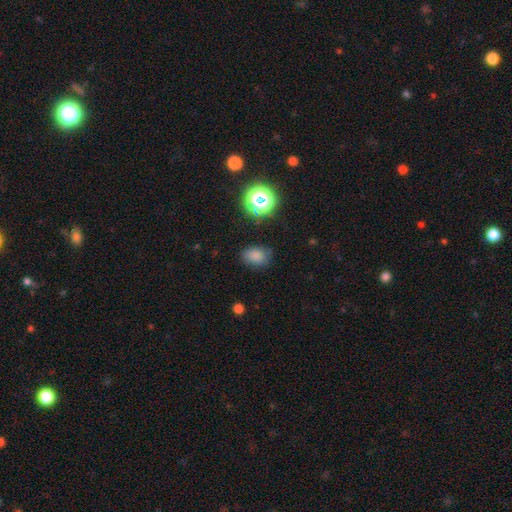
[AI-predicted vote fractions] Smooth or featured?
  - smooth: 77% *
  - star or artifact: 16%
  - featured or disk: 7%
How rounded?
  - in between: 72% *
  - round: 27%
  - cigar-shaped: 1%
Merging?
  - none: 76% *
  - minor disturbance: 17%
  - major disturbance: 5%
  - merger: 2%